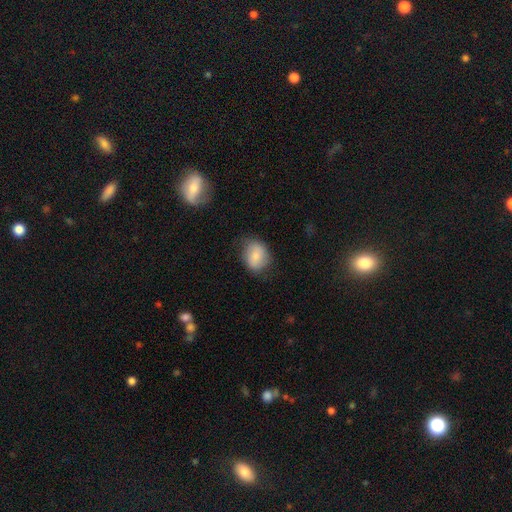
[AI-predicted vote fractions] This is likely a smooth galaxy (80%). How rounded: possibly in between (54%). Merging: likely none (67%).